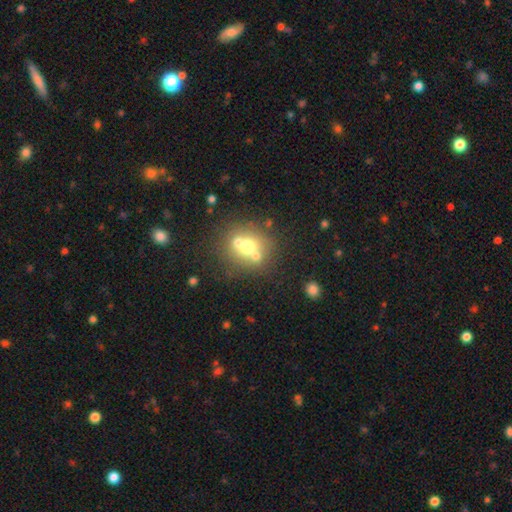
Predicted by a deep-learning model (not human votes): Smooth or featured?
  - smooth: 59% *
  - featured or disk: 27%
  - star or artifact: 15%
How rounded?
  - round: 80% *
  - in between: 19%
  - cigar-shaped: 1%
Merging?
  - none: 50% *
  - merger: 37%
  - minor disturbance: 9%
  - major disturbance: 4%